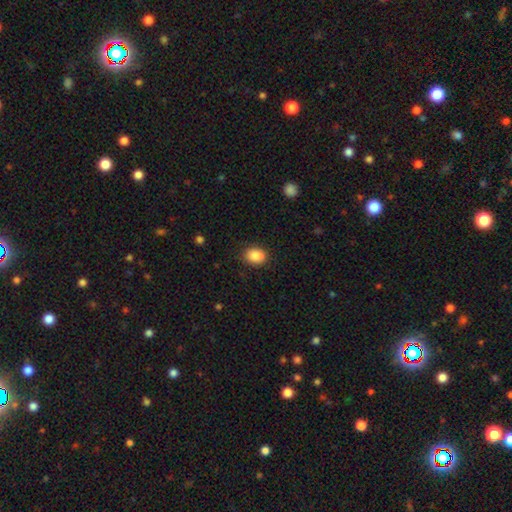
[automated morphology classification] Smooth or featured? Predicted: smooth (p=0.88). How rounded? Predicted: in between (p=0.69). Merging? Predicted: none (p=0.84).